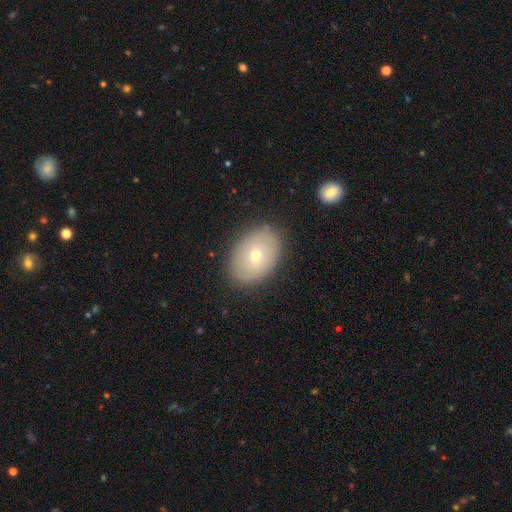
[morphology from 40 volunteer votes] Overall: smooth (57%; featured or disk 35%). How rounded: in between (91%). Merging: none (86%).